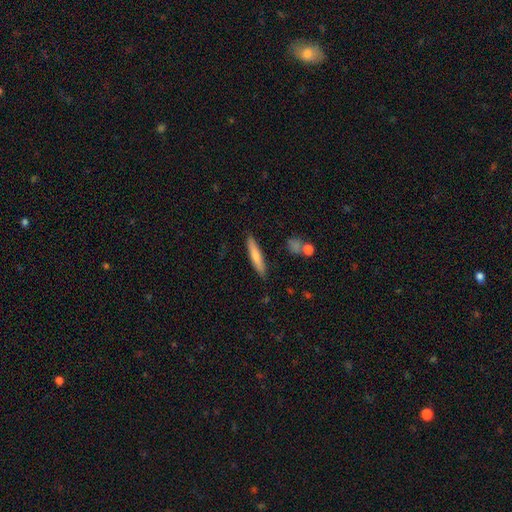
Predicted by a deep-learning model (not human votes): Smooth or featured: smooth — 71% (featured or disk — 24%)
How rounded: cigar-shaped — 88% (in between — 11%)
Merging: none — 87% (minor disturbance — 9%)